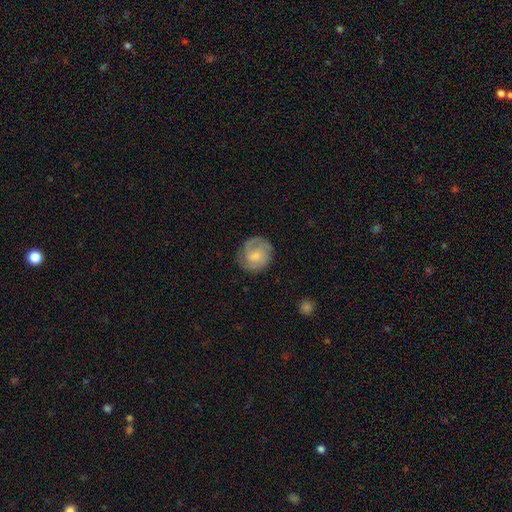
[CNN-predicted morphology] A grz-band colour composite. It shows a featured or disk galaxy (48%). Merging: none (76%).